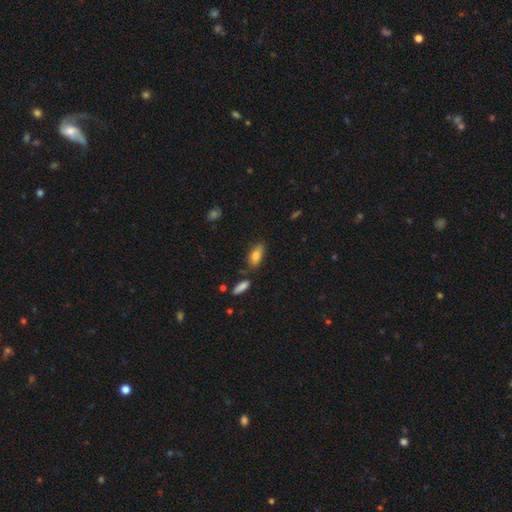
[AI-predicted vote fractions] Smooth or featured?
  - smooth: 82% *
  - featured or disk: 11%
  - star or artifact: 8%
How rounded?
  - in between: 80% *
  - cigar-shaped: 17%
  - round: 3%
Merging?
  - none: 70% *
  - minor disturbance: 17%
  - merger: 9%
  - major disturbance: 4%